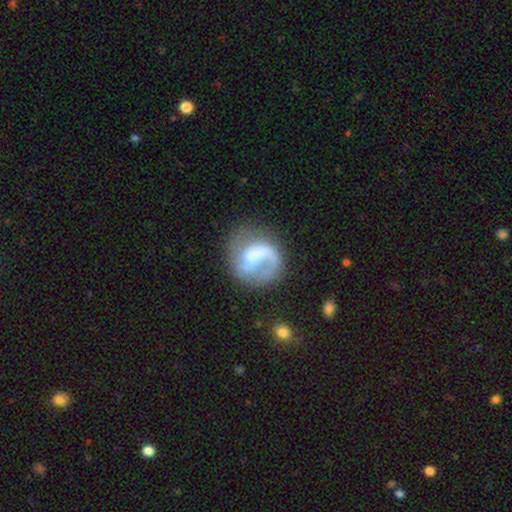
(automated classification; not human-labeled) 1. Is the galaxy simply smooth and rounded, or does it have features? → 65% featured or disk, 27% smooth, 8% star or artifact.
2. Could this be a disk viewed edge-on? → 98% no, 2% yes.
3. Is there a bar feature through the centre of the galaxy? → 45% no, 38% weak, 17% strong.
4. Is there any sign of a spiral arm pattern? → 81% yes, 19% no.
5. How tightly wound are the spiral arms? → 45% loose, 36% medium, 19% tight.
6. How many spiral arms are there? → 57% 1, 30% 2, 8% can't tell, 3% 3, 1% 4, 1% more than 4.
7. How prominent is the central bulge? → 30% none, 27% moderate, 20% large, 18% small, 5% dominant.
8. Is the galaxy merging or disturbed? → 51% none, 27% major disturbance, 18% minor disturbance, 4% merger.